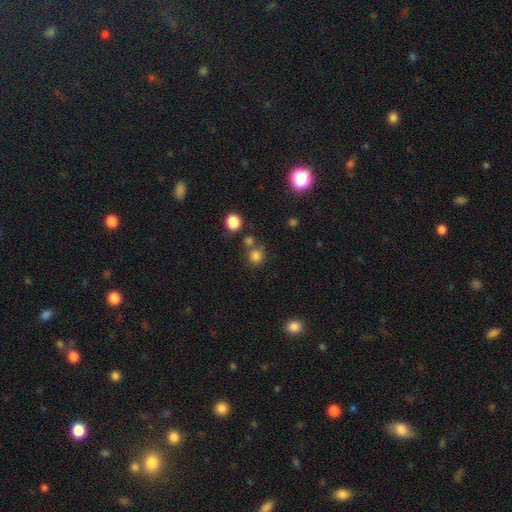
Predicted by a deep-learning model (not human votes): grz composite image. It shows a smooth galaxy with no disk features (80%) that is round (87%). Merging: none (67%).